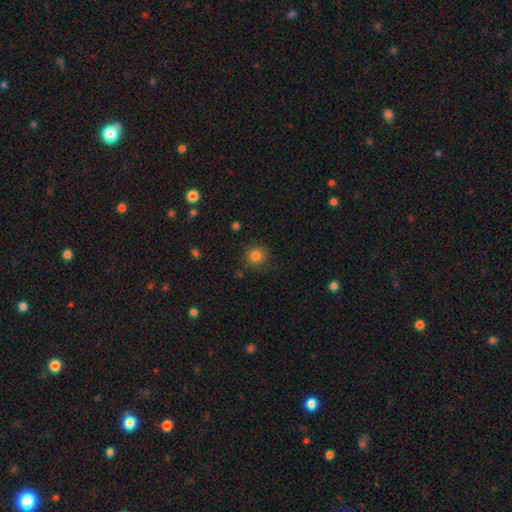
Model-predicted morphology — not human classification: Smooth or featured? smooth (82%)
How rounded? round (93%)
Merging? none (87%)